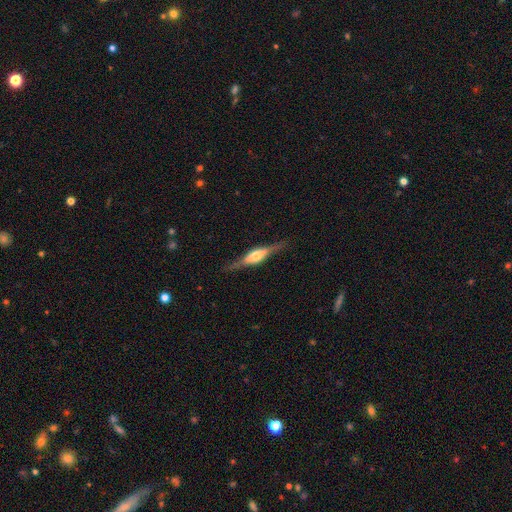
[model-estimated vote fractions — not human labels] Smooth or featured: featured or disk — 75% (smooth — 19%)
Edge-on disk: yes — 96% (no — 4%)
Edge-on bulge: rounded — 79% (boxy — 18%)
Merging: none — 84% (minor disturbance — 11%)